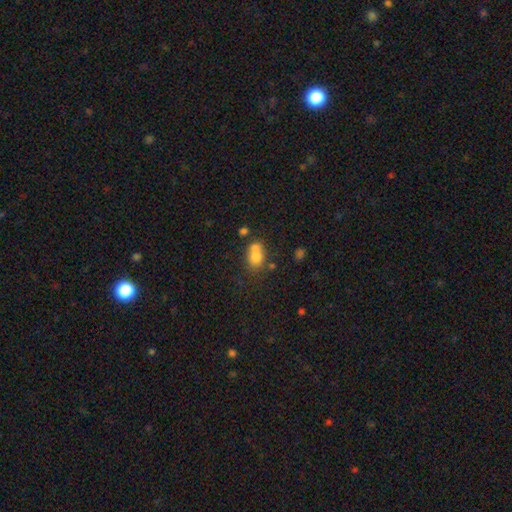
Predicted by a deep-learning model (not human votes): Overall: smooth (70%). How rounded: round (52%; in between 47%). Merging: merger (52%; none 32%).